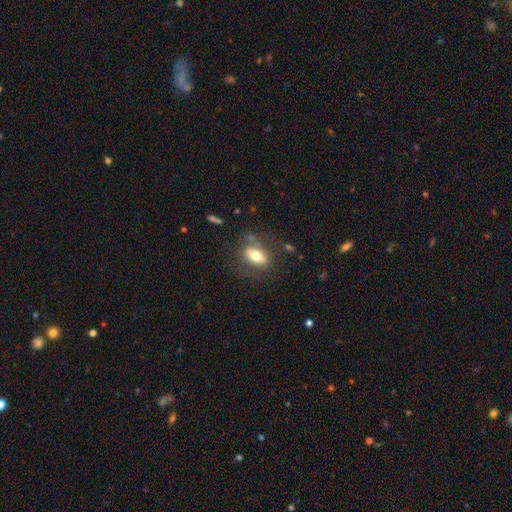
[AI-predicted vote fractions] A smooth galaxy with no disk features (65%) that is in between round and cigar-shaped (83%).

Vote fractions:
- Smooth or featured? smooth: 65% / featured or disk: 27% / star or artifact: 8%
- How rounded? in between: 83% / round: 10% / cigar-shaped: 7%
- Merging? none: 68% / minor disturbance: 19% / major disturbance: 9% / merger: 4%